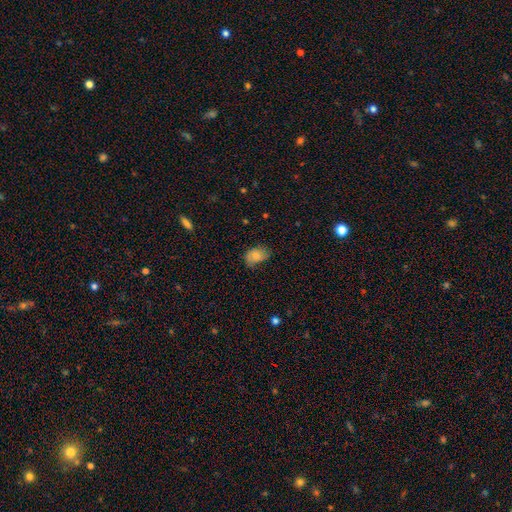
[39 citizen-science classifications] Smooth or featured?
  - smooth: 82% *
  - star or artifact: 10%
  - featured or disk: 8%
How rounded?
  - in between: 94% *
  - round: 6%
  - cigar-shaped: 0%
Merging?
  - minor disturbance: 51% *
  - none: 43%
  - major disturbance: 6%
  - merger: 0%